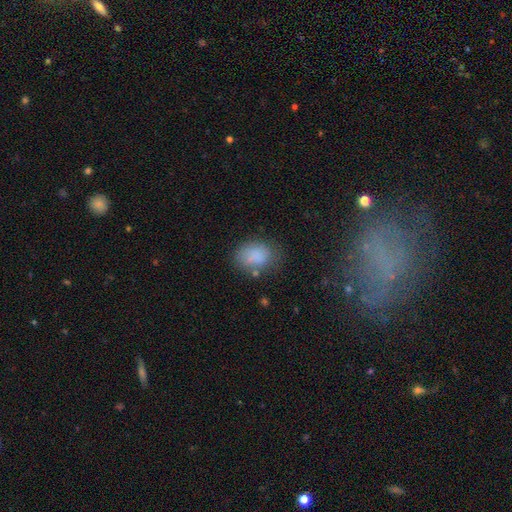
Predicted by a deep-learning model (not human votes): smooth_or_featured: smooth (p=0.83) [alt: star or artifact p=0.09]
how_rounded: in between (p=0.71) [alt: round p=0.28]
merging: none (p=0.64) [alt: minor disturbance p=0.22]